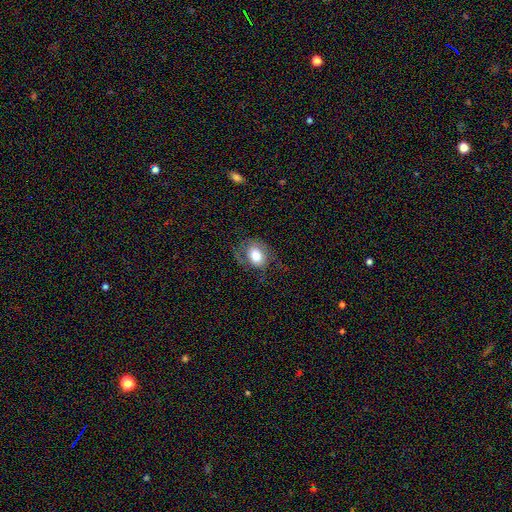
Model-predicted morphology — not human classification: Overall: smooth (68%). How rounded: in between (62%; round 37%). Merging: none (56%; minor disturbance 23%).